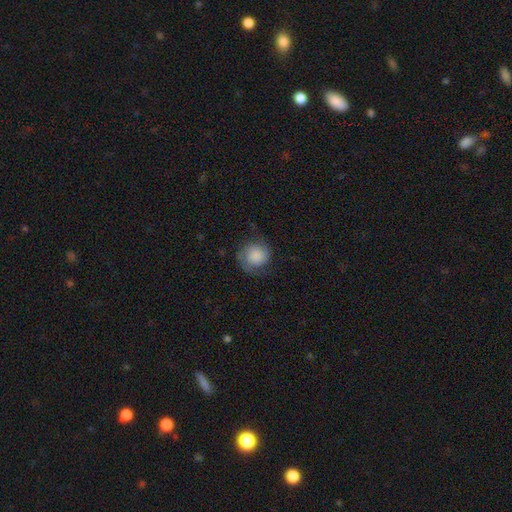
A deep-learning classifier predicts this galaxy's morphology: Q: Smooth or featured?
A: smooth (53%); runner-up: featured or disk (37%)
Q: How rounded?
A: round (86%); runner-up: in between (13%)
Q: Merging?
A: none (70%); runner-up: minor disturbance (18%)